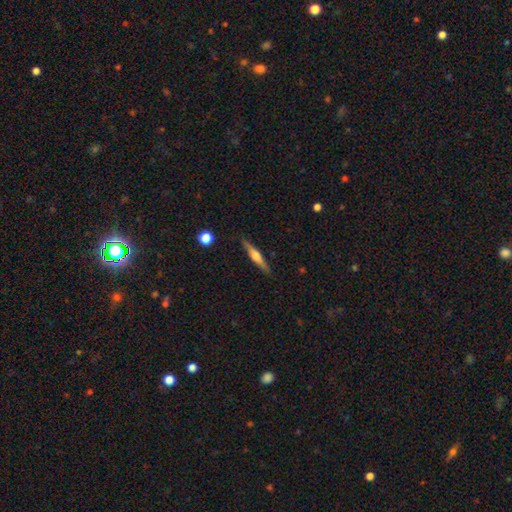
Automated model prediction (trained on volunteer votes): Q: Smooth or featured?
A: featured or disk (59%); runner-up: smooth (34%)
Q: Edge-on disk?
A: yes (97%); runner-up: no (3%)
Q: Edge-on bulge?
A: rounded (84%); runner-up: boxy (10%)
Q: Merging?
A: none (88%); runner-up: minor disturbance (9%)